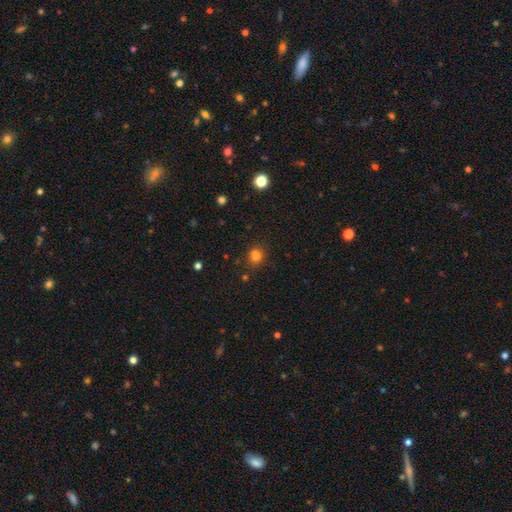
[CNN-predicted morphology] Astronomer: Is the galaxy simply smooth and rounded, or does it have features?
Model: smooth — 80%.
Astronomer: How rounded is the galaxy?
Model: round — 75%.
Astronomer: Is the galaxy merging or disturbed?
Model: none — 83%.